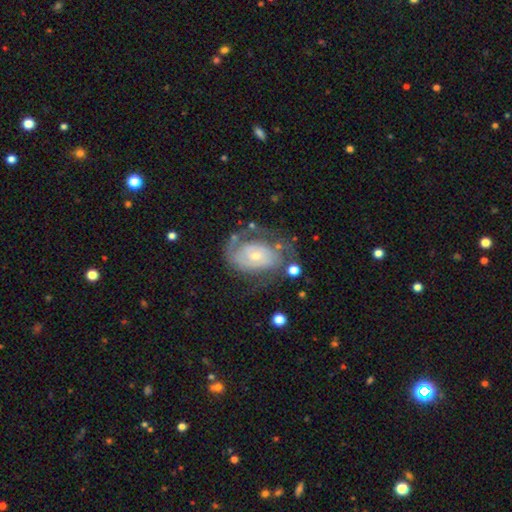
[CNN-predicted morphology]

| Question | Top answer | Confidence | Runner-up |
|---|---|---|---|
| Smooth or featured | featured or disk | 74% | smooth (19%) |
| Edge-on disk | no | 96% | yes (4%) |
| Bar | no | 72% | weak (22%) |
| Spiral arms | yes | 80% | no (20%) |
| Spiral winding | tight | 51% | medium (32%) |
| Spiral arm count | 2 | 43% | can't tell (28%) |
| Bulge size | small | 60% | moderate (35%) |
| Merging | none | 51% | major disturbance (24%) |